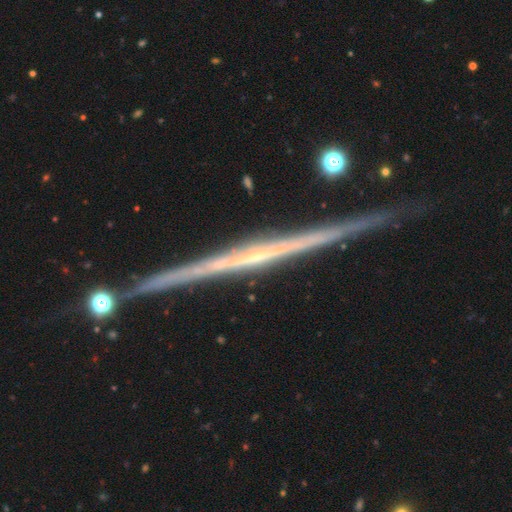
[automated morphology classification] Smooth or featured? featured or disk (83%)
Edge-on disk? yes (98%)
Edge-on bulge? none (78%)
Merging? none (89%)